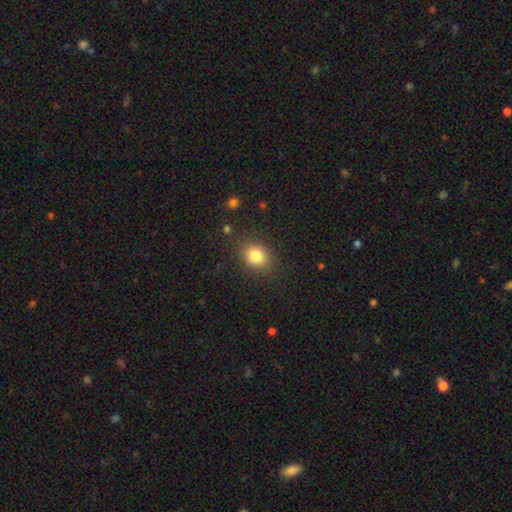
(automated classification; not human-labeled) A smooth galaxy with no disk features (82%) that is round (61%). Merging: none (84%).